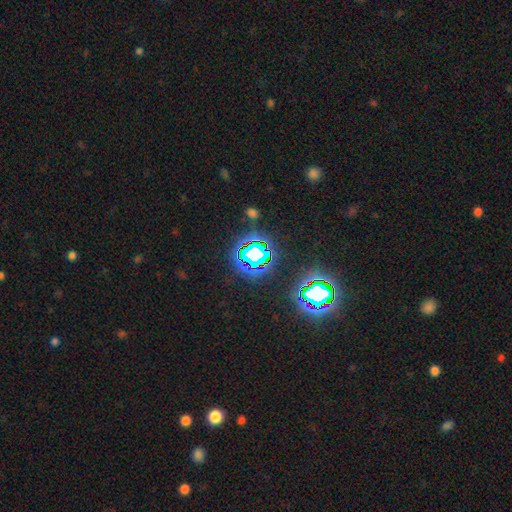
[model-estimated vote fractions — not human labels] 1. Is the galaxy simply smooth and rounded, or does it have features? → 74% star or artifact, 16% smooth, 10% featured or disk.